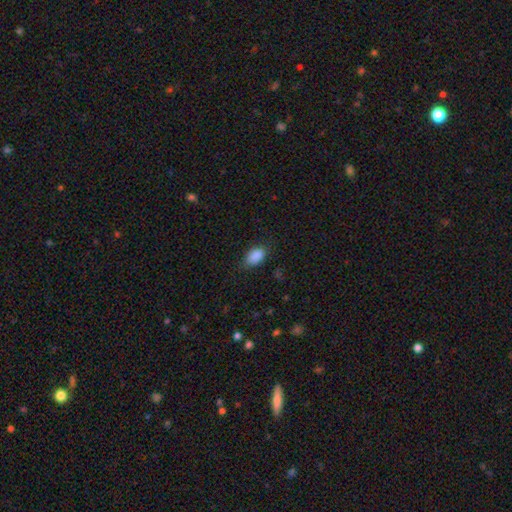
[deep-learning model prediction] A smooth galaxy with no disk features (88%) that is in between round and cigar-shaped (88%). Merging: none (73%).